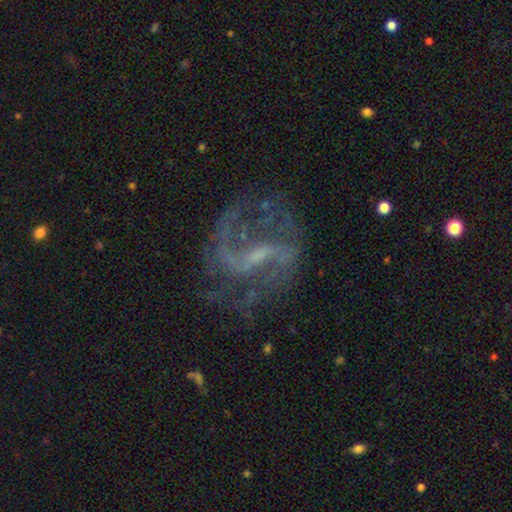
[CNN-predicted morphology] This appears to be a featured or disk galaxy (87%) with a weak bar (53%), 2 (84%) loose (50%) spiral arms (94%) and a small central bulge (56%). Merging: none (66%).